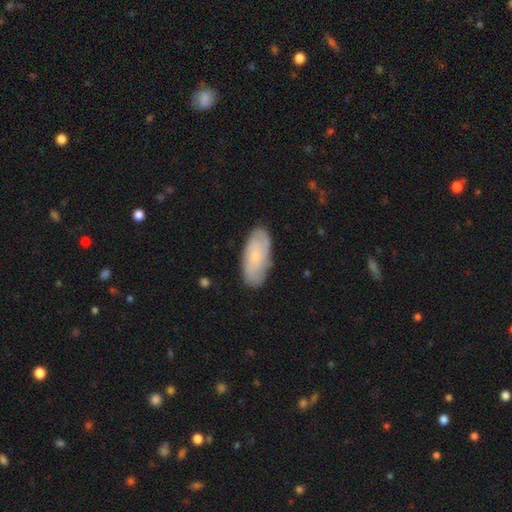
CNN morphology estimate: Overall: smooth (53%; featured or disk 40%). How rounded: in between (86%). Merging: none (82%).